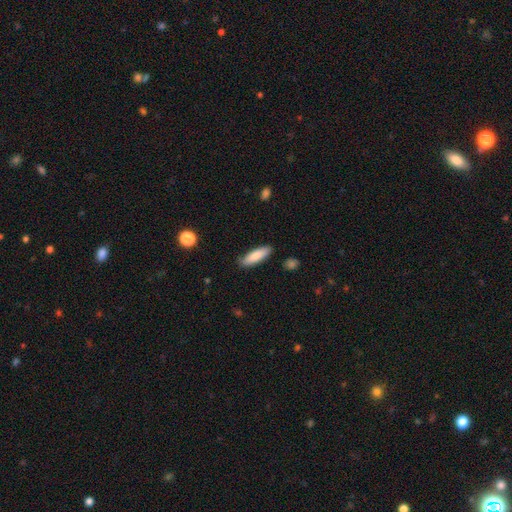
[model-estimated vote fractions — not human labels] This appears to be a smooth galaxy with no disk features (83%) that is cigar-shaped (50%). Merging: none (85%).